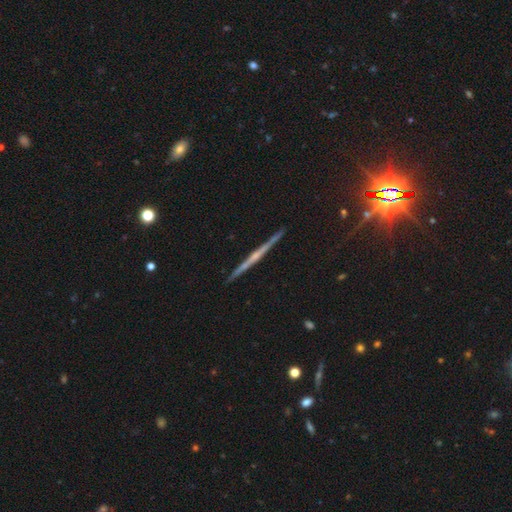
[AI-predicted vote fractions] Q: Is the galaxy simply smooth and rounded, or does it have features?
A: featured or disk — 75%.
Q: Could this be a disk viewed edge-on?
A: yes — 98%.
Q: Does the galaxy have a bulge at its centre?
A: none — 54%.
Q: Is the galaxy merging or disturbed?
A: none — 91%.